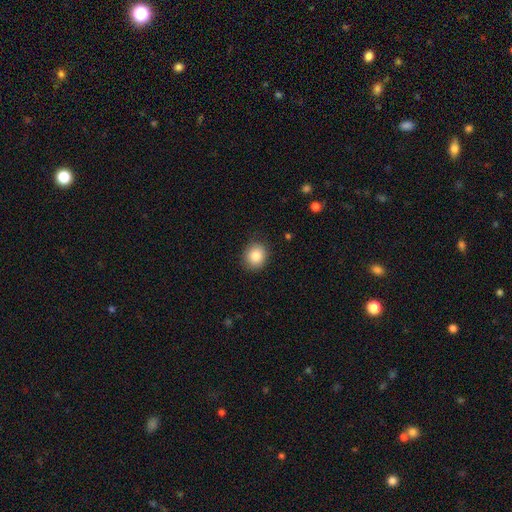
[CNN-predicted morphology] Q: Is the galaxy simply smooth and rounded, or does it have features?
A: smooth — 85%.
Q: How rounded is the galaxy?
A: round — 79%.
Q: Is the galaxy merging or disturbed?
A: none — 88%.